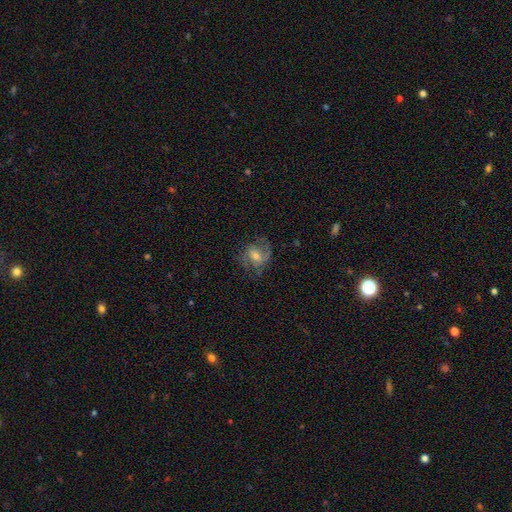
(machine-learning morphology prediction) The model was most divided on "spiral winding": medium: 48%, loose: 32%, tight: 20%. Remaining: edge-on disk — no (96%); spiral arms — yes (86%); spiral arm count — 2 (72%); smooth or featured — featured or disk (67%); merging — none (62%); bulge size — moderate (52%); bar — weak (49%).